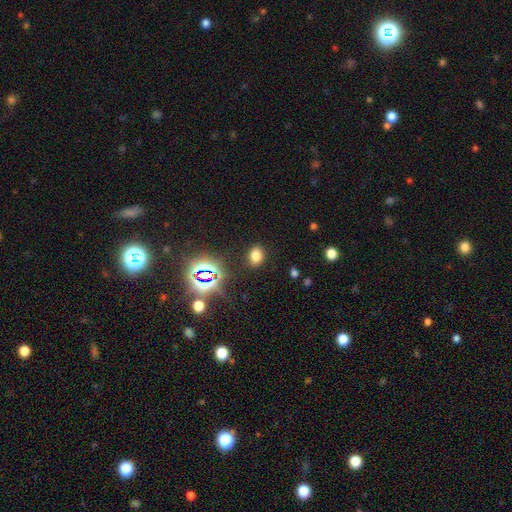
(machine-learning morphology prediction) A smooth galaxy with no disk features (68%) that is in between round and cigar-shaped (65%).

Vote fractions:
- Smooth or featured? smooth: 68% / star or artifact: 25% / featured or disk: 7%
- How rounded? in between: 65% / round: 34% / cigar-shaped: 1%
- Merging? none: 85% / minor disturbance: 10% / major disturbance: 4% / merger: 2%